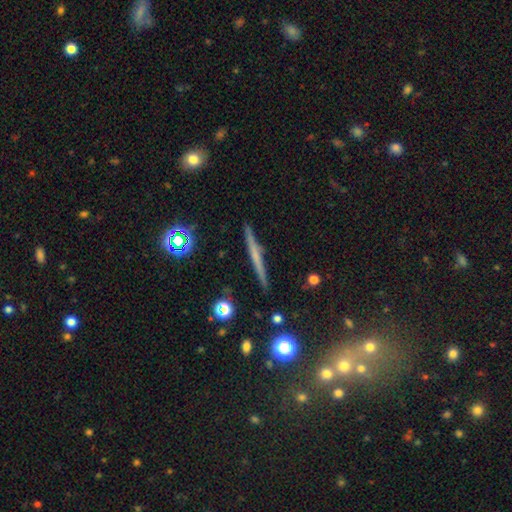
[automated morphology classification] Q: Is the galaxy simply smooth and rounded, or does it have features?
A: featured or disk — 56%.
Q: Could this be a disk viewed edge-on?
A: yes — 97%.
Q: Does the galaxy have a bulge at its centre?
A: none — 68%.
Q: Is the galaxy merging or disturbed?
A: none — 90%.